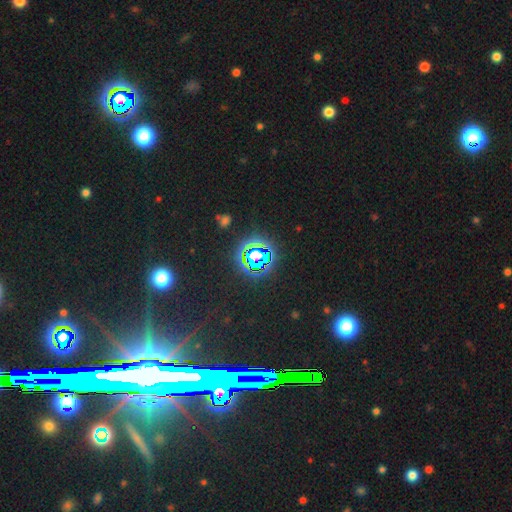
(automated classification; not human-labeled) A star or artifact, not a galaxy (73%).